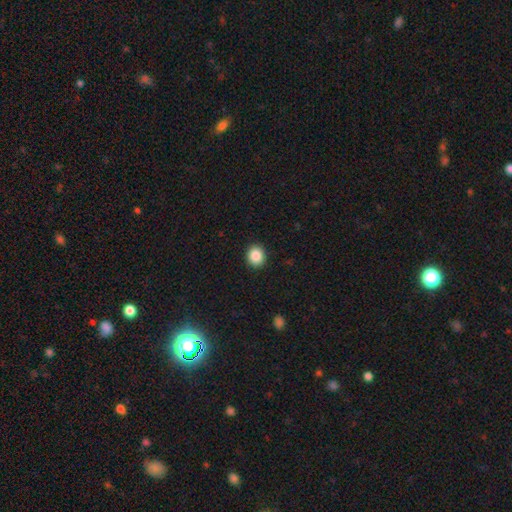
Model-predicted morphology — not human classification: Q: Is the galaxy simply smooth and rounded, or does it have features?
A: smooth — 87%.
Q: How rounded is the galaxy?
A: round — 76%.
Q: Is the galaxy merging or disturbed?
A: none — 92%.